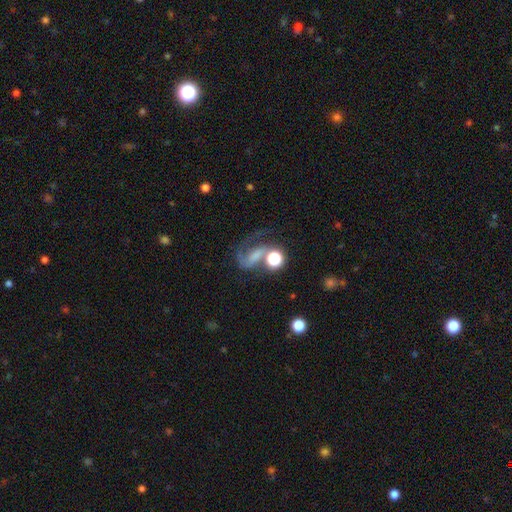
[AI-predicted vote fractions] A featured or disk galaxy (61%) with no bar (40%), spiral arms (84%) and a small central bulge (32%). Merging: none (39%).